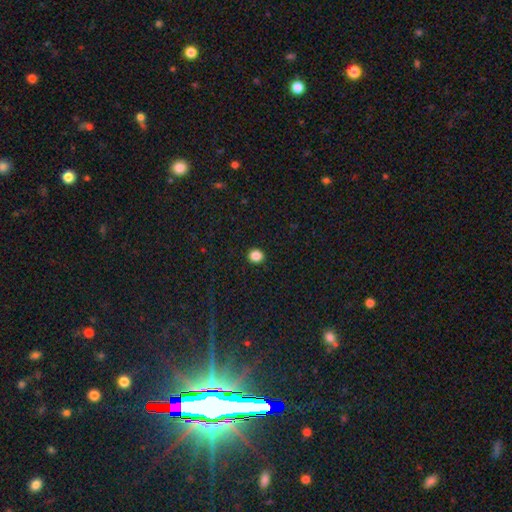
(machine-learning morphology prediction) Overall: smooth (86%). How rounded: round (77%). Merging: none (92%).